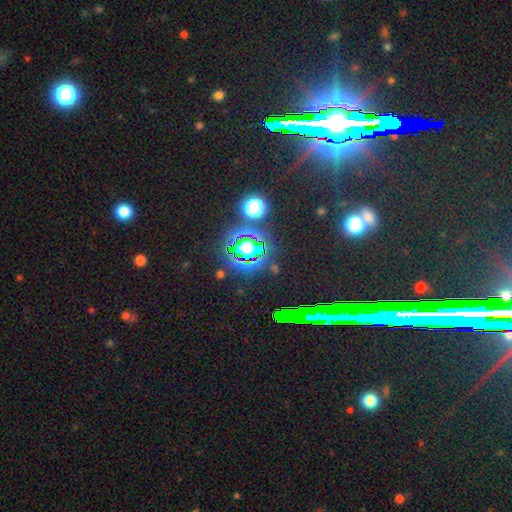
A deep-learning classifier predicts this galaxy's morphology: type=star or artifact (80%).